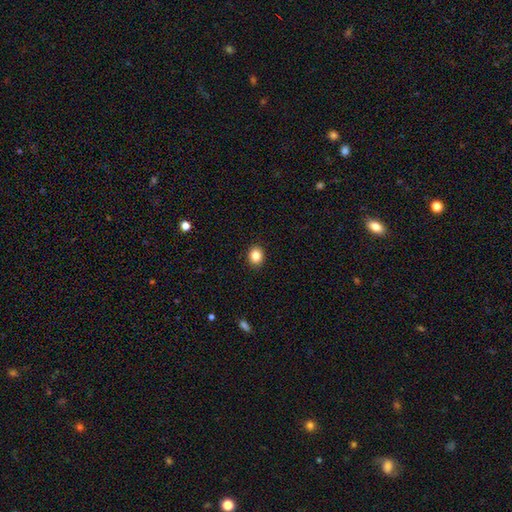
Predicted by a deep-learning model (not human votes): This is clearly a smooth galaxy (85%). How rounded: likely round (60%). Merging: clearly none (92%).